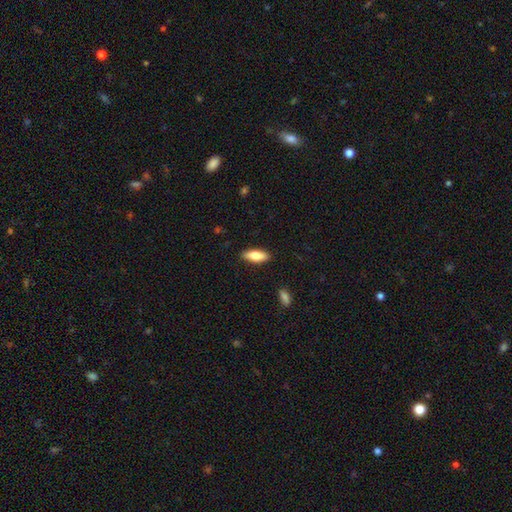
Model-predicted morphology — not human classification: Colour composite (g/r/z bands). It shows a smooth galaxy with no disk features (79%) that is in between round and cigar-shaped (72%). Merging: none (88%).